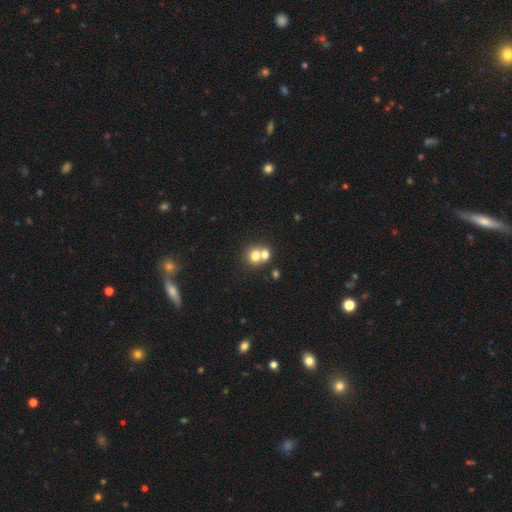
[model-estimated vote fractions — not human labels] smooth_or_featured: smooth (p=0.72) [alt: featured or disk p=0.16]
how_rounded: round (p=0.76) [alt: in between p=0.23]
merging: merger (p=0.57) [alt: none p=0.35]